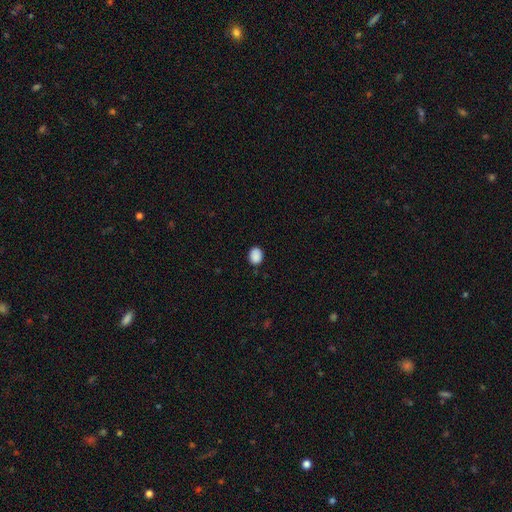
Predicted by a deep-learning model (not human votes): Morphology: type=smooth (89%); roundness=in between (52%); merging=none (84%).